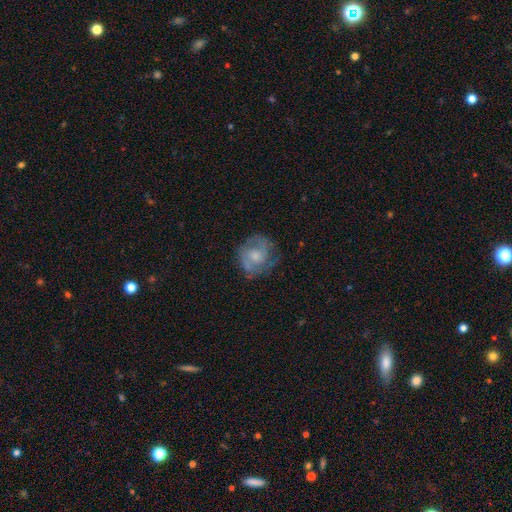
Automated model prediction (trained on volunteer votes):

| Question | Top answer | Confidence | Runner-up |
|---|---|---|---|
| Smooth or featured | featured or disk | 57% | smooth (36%) |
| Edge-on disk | no | 97% | yes (3%) |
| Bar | no | 68% | weak (28%) |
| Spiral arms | yes | 77% | no (23%) |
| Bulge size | moderate | 48% | small (28%) |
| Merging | none | 64% | minor disturbance (22%) |